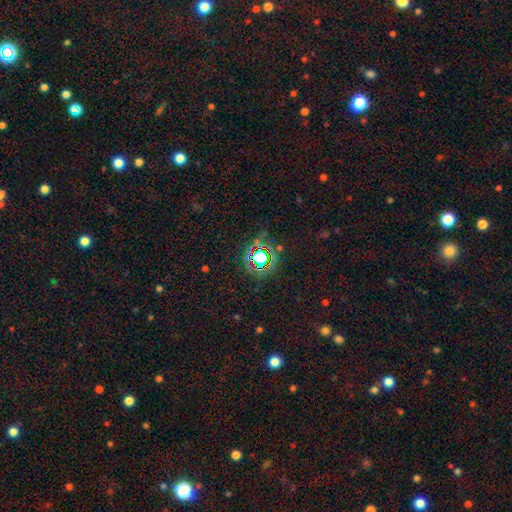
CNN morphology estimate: smooth-or-featured: star or artifact: 75% | smooth: 16% | featured or disk: 9%